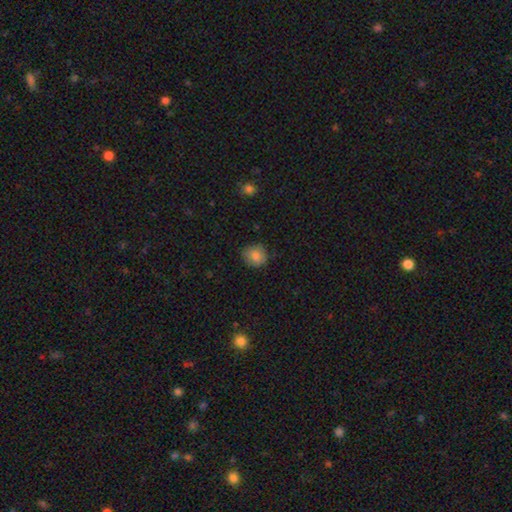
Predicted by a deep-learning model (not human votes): smooth-or-featured: smooth: 83% | star or artifact: 9% | featured or disk: 8%
  how-rounded: round: 85% | in between: 14% | cigar-shaped: 1%
  merging: none: 80% | minor disturbance: 16% | major disturbance: 3% | merger: 1%